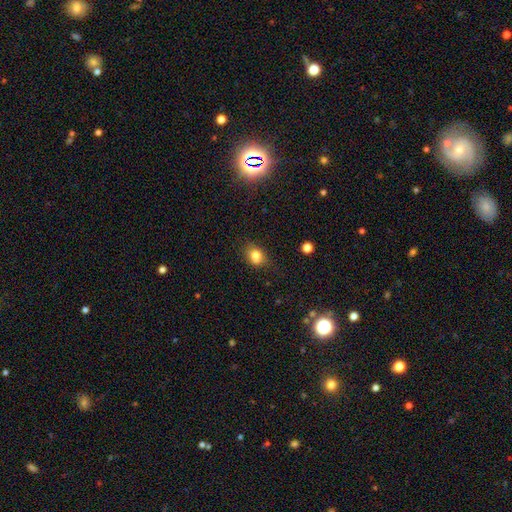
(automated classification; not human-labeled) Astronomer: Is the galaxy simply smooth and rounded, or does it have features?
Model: smooth — 78%.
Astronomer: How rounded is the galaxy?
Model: in between — 54% (runner-up: round, 44%).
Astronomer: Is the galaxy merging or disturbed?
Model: none — 63%.